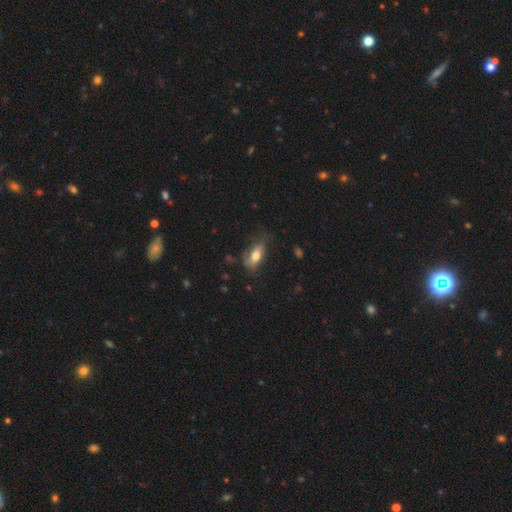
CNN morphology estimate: smooth_or_featured: smooth (p=0.70) [alt: featured or disk p=0.23]
how_rounded: in between (p=0.81) [alt: cigar-shaped p=0.16]
merging: none (p=0.51) [alt: minor disturbance p=0.32]